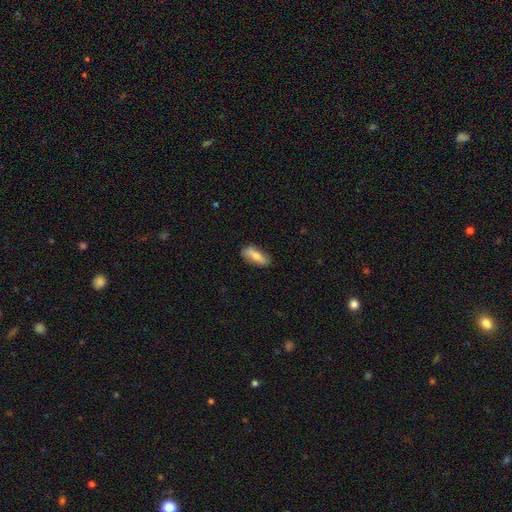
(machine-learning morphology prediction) This appears to be a smooth galaxy with no disk features (68%) that is in between round and cigar-shaped (67%). Merging: none (80%).